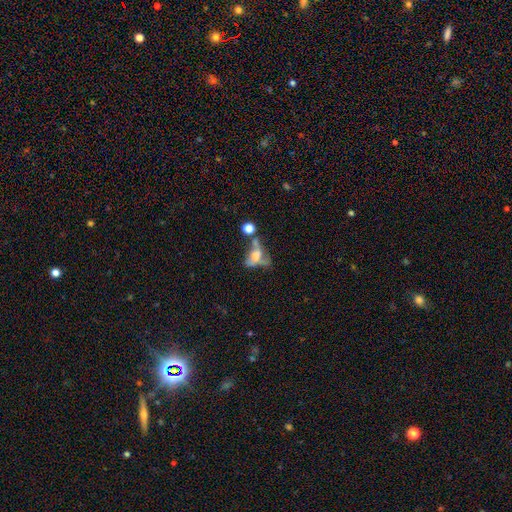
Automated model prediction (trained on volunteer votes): Smooth or featured? featured or disk (44%)
Merging? merger (33%, tied with major disturbance)